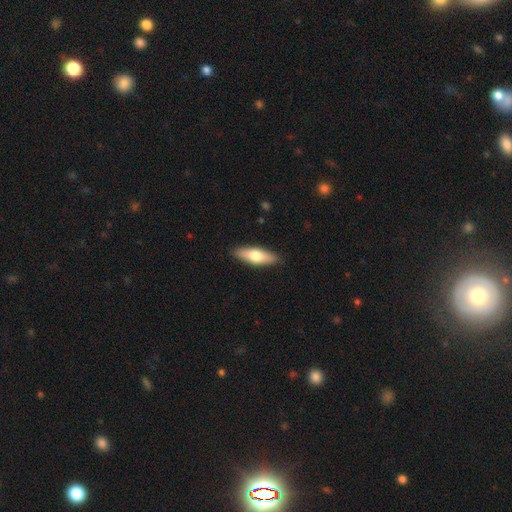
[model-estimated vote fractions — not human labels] This appears to be a smooth galaxy with no disk features (65%) that is in between round and cigar-shaped (52%). Merging: none (89%).